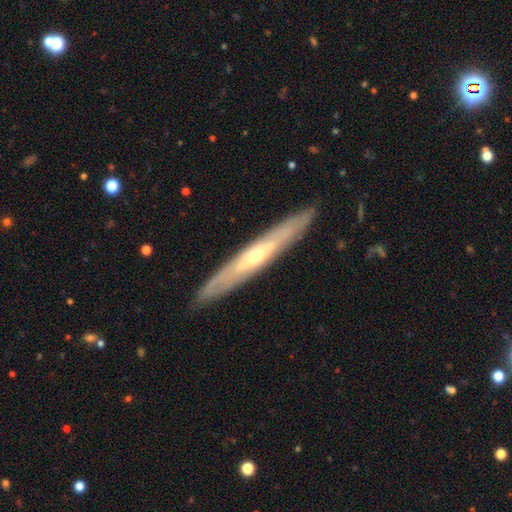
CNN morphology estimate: smooth-or-featured: featured or disk: 69% | smooth: 27% | star or artifact: 5%
  disk-edge-on: yes: 77% | no: 23%
    edge-on-bulge: rounded: 74% | none: 24% | boxy: 3%
  merging: none: 88% | minor disturbance: 9% | major disturbance: 2% | merger: 1%